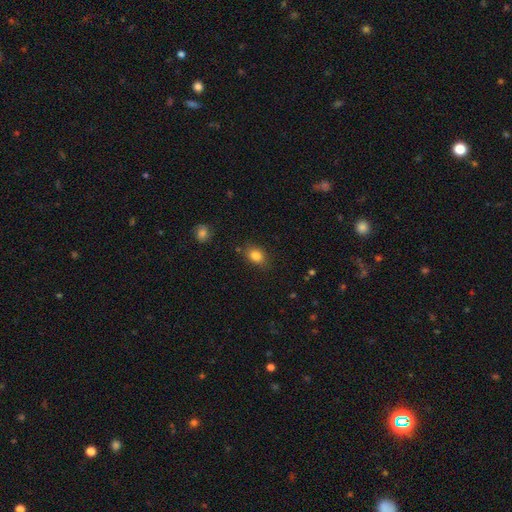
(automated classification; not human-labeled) Smooth or featured?
  - smooth: 84% *
  - star or artifact: 10%
  - featured or disk: 6%
How rounded?
  - in between: 69% *
  - round: 29%
  - cigar-shaped: 1%
Merging?
  - none: 80% *
  - minor disturbance: 15%
  - major disturbance: 3%
  - merger: 2%